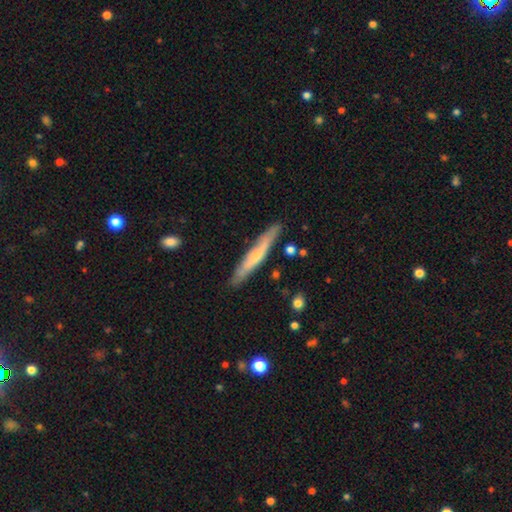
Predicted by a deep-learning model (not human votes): The model was most divided on "smooth or featured": smooth: 48%, featured or disk: 47%, star or artifact: 6%. More confident: merging — none (85%).